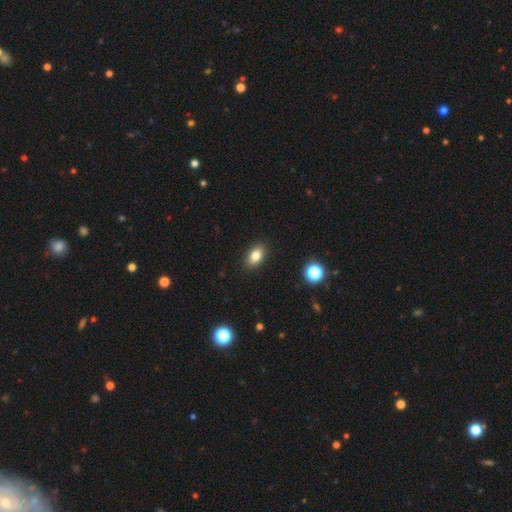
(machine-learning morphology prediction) Smooth or featured? smooth (81%)
How rounded? in between (86%)
Merging? none (89%)